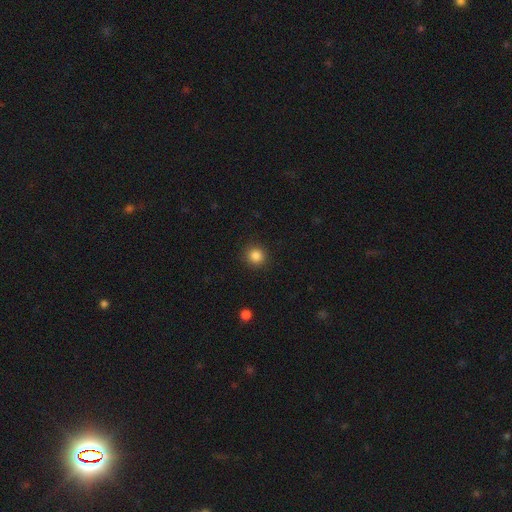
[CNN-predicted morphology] This appears to be a smooth galaxy with no disk features (86%) that is round (92%). Merging: none (90%).